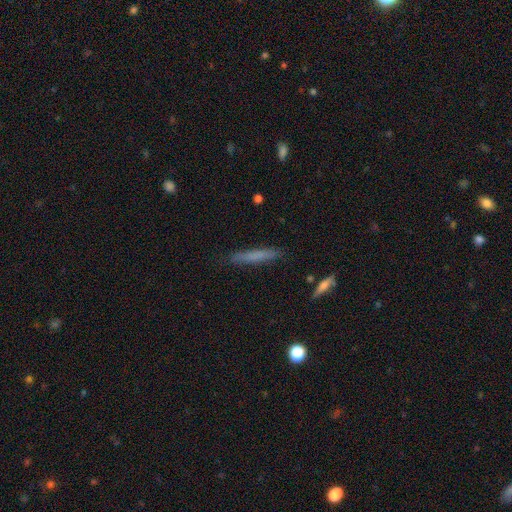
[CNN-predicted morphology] A smooth galaxy with no disk features (68%) that is cigar-shaped (95%). Merging: none (86%).